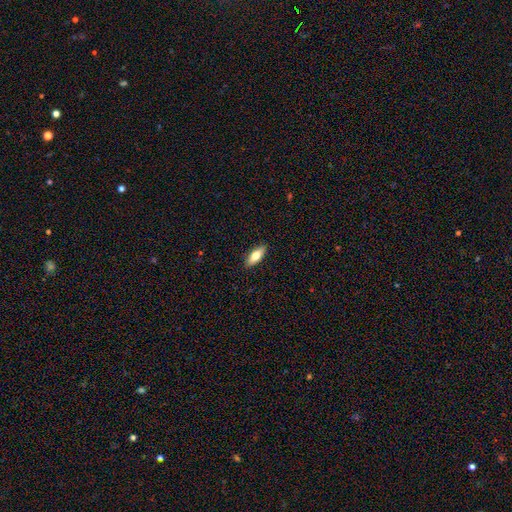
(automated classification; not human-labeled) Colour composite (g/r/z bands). It shows a smooth galaxy with no disk features (74%) that is in between round and cigar-shaped (70%). Merging: none (90%).